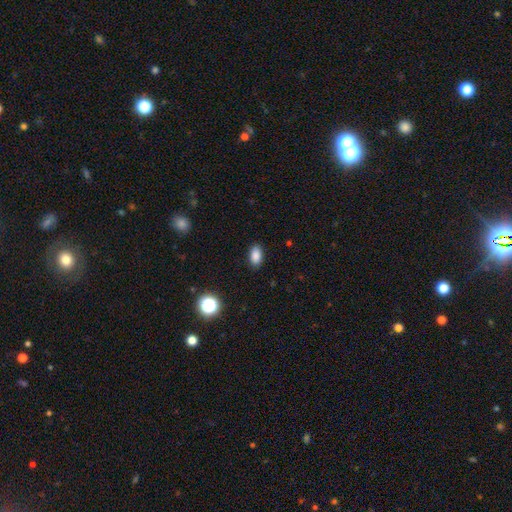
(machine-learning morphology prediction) Smooth or featured? Predicted: smooth (p=0.87). How rounded? Predicted: in between (p=0.91). Merging? Predicted: none (p=0.89).